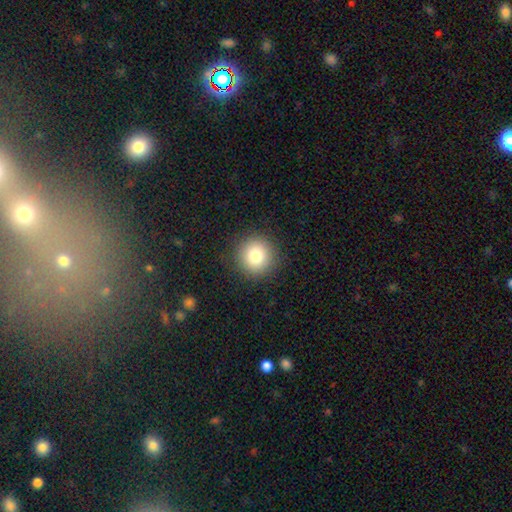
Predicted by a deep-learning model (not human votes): smooth-or-featured: smooth: 81% | star or artifact: 11% | featured or disk: 8%
  how-rounded: round: 94% | in between: 5% | cigar-shaped: 1%
  merging: none: 91% | minor disturbance: 6% | major disturbance: 2% | merger: 1%